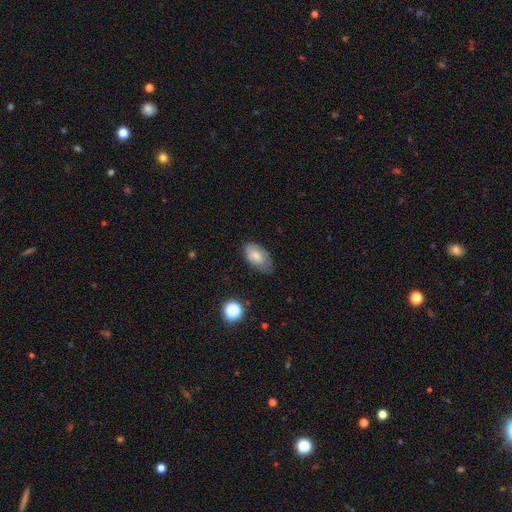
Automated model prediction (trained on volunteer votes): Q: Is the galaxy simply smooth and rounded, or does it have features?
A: smooth — 70%.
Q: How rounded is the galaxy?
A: in between — 92%.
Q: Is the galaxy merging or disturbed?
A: none — 57%.